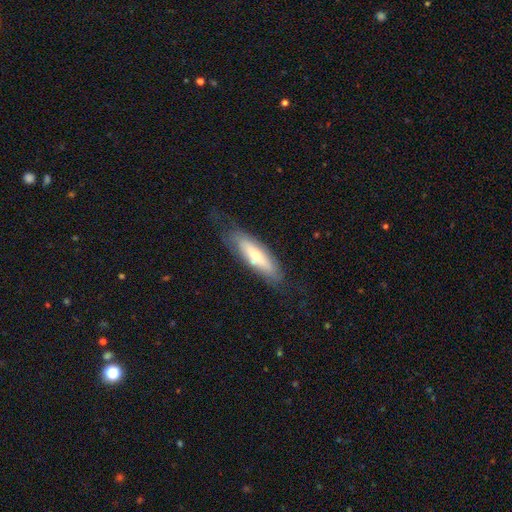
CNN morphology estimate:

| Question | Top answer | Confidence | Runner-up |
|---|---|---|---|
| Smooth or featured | smooth | 48% | featured or disk (45%) |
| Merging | none | 68% | minor disturbance (21%) |